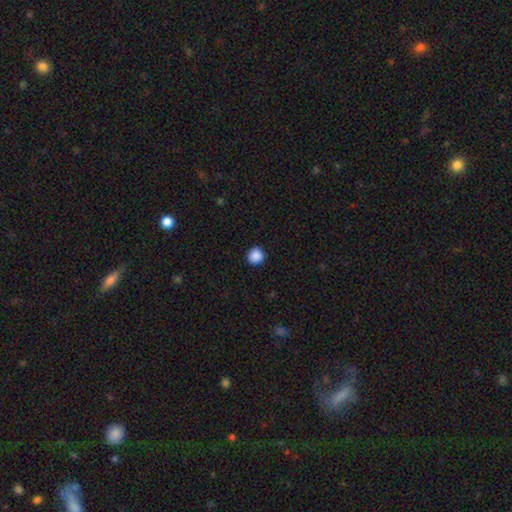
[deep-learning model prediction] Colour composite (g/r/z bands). It shows a smooth galaxy with no disk features (88%) that is round (93%). Merging: none (91%).